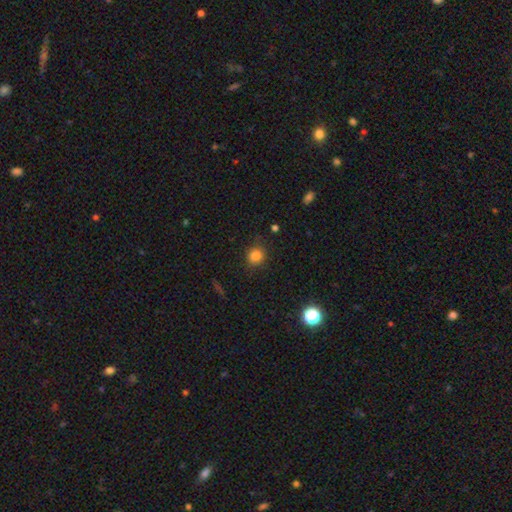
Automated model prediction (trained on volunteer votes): smooth-or-featured: smooth: 82% | star or artifact: 13% | featured or disk: 5%
  how-rounded: round: 86% | in between: 13% | cigar-shaped: 1%
  merging: none: 85% | minor disturbance: 11% | major disturbance: 3% | merger: 1%